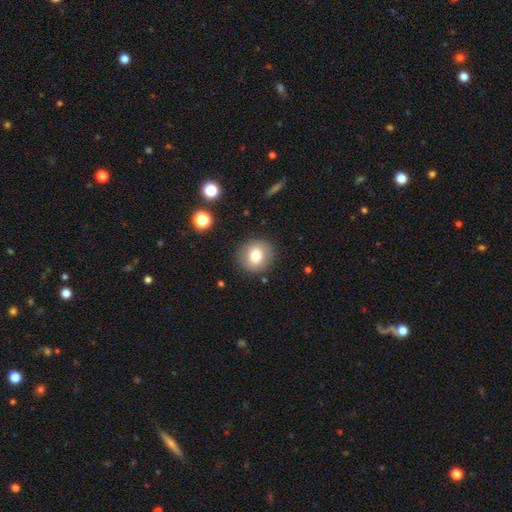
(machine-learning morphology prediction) smooth_or_featured: smooth (p=0.76) [alt: featured or disk p=0.14]
how_rounded: round (p=0.86) [alt: in between p=0.13]
merging: none (p=0.87) [alt: minor disturbance p=0.09]